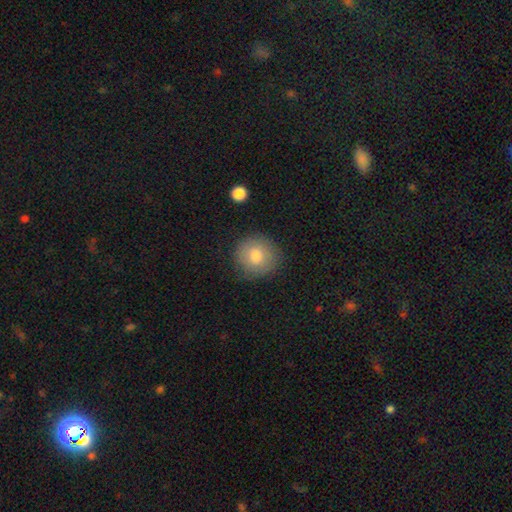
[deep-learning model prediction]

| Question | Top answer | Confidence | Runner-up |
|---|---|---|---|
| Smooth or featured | smooth | 78% | featured or disk (13%) |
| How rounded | round | 90% | in between (9%) |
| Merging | none | 85% | minor disturbance (11%) |